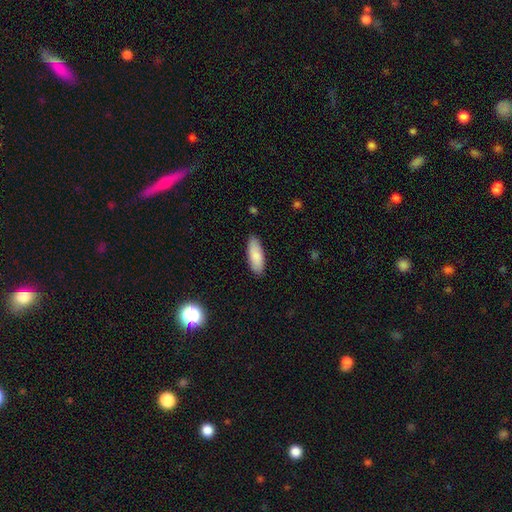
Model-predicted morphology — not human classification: Smooth or featured?
  - smooth: 87% *
  - featured or disk: 7%
  - star or artifact: 6%
How rounded?
  - in between: 71% *
  - cigar-shaped: 27%
  - round: 2%
Merging?
  - none: 87% *
  - minor disturbance: 10%
  - major disturbance: 2%
  - merger: 1%